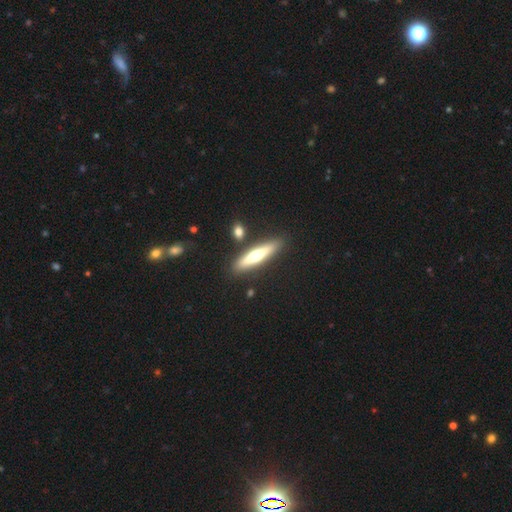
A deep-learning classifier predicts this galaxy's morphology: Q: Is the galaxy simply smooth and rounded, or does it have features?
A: smooth — 47%, tied with featured or disk.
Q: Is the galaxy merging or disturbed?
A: none — 84%.